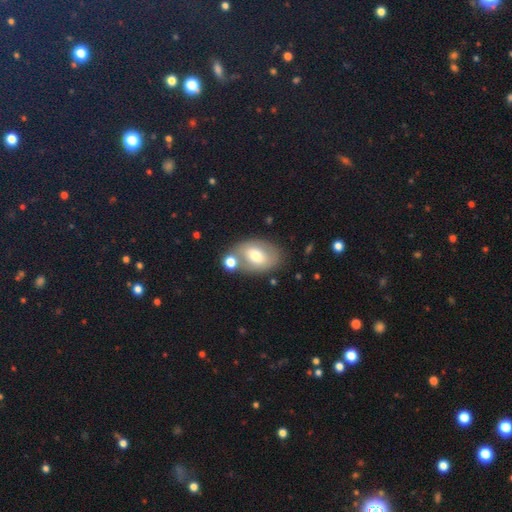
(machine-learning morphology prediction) The model was most divided on "smooth or featured": smooth: 58%, featured or disk: 35%, star or artifact: 8%. More confident: how rounded — in between (81%); merging — none (57%).